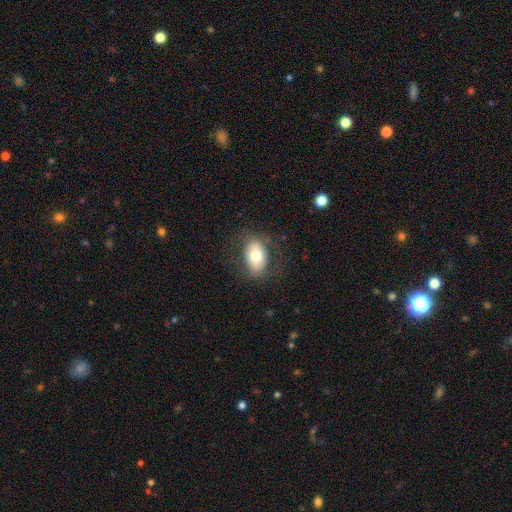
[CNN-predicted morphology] smooth 71%, featured or disk 21%, star or artifact 8%. Down the decision tree: how rounded — in between (86%); merging — none (78%).